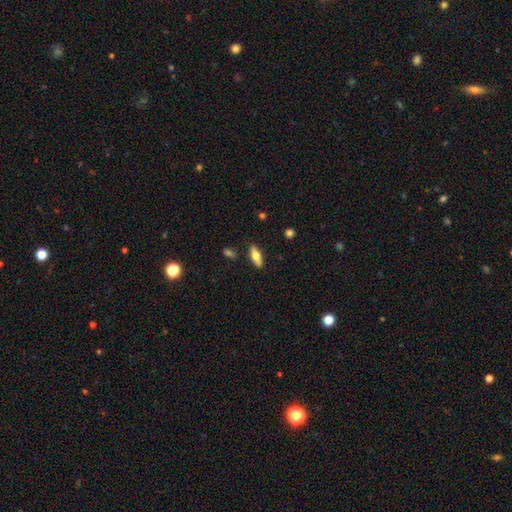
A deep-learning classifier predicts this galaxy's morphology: smooth_or_featured: smooth (p=0.60) [alt: featured or disk p=0.34]
how_rounded: in between (p=0.66) [alt: cigar-shaped p=0.31]
merging: none (p=0.86) [alt: minor disturbance p=0.10]